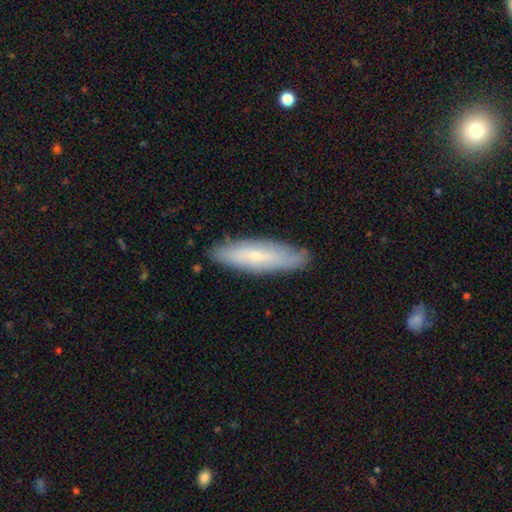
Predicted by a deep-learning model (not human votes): Smooth or featured? smooth (52%)
How rounded? cigar-shaped (65%)
Merging? none (83%)